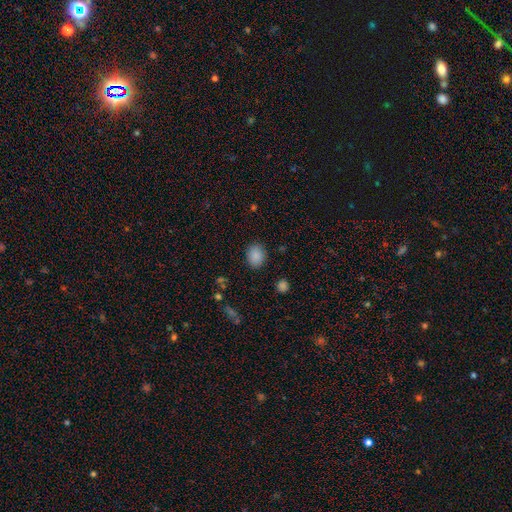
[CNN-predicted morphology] Overall: smooth (88%). How rounded: in between (63%; round 36%). Merging: none (86%).